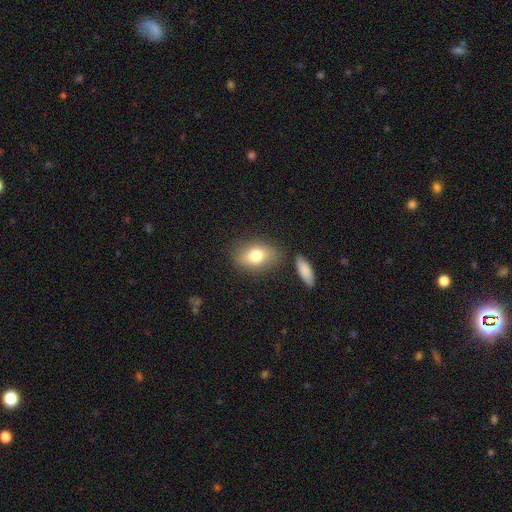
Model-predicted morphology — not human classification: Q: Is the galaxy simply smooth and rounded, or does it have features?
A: smooth — 76%.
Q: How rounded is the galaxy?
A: in between — 79%.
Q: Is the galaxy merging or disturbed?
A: none — 75%.